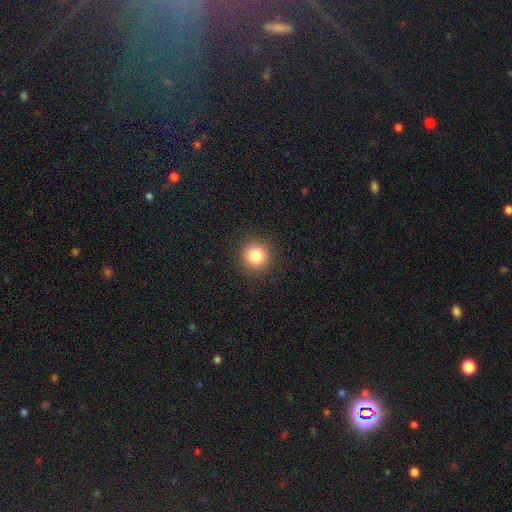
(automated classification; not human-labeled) Smooth or featured?
  - smooth: 83% *
  - star or artifact: 11%
  - featured or disk: 5%
How rounded?
  - round: 94% *
  - in between: 5%
  - cigar-shaped: 1%
Merging?
  - none: 91% *
  - minor disturbance: 5%
  - major disturbance: 2%
  - merger: 1%